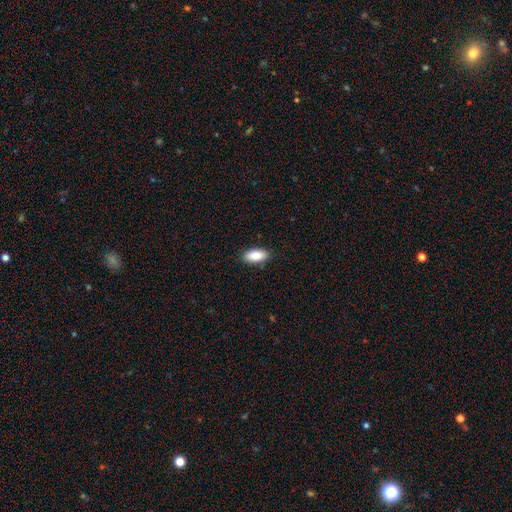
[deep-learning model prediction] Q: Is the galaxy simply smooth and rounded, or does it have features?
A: smooth — 86%.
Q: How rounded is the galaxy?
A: in between — 90%.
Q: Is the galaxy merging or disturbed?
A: none — 88%.